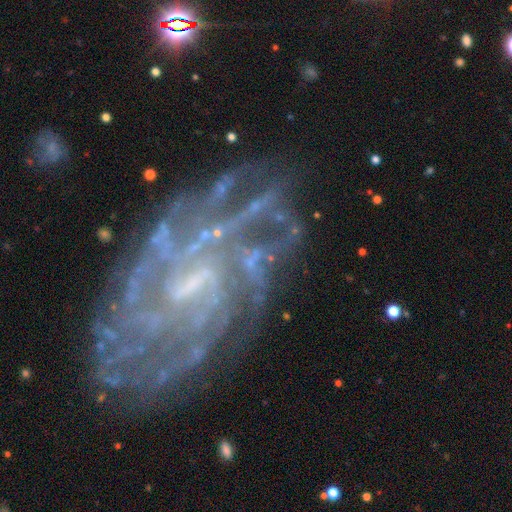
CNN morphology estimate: Smooth or featured: featured or disk — 84% (star or artifact — 10%)
Edge-on disk: no — 97% (yes — 3%)
Bar: weak — 44% (strong — 28%)
Spiral arms: yes — 92% (no — 8%)
Spiral winding: tight — 51% (medium — 36%)
Spiral arm count: can't tell — 32% (4 — 18%)
Bulge size: small — 45% (none — 34%)
Merging: none — 56% (major disturbance — 20%)